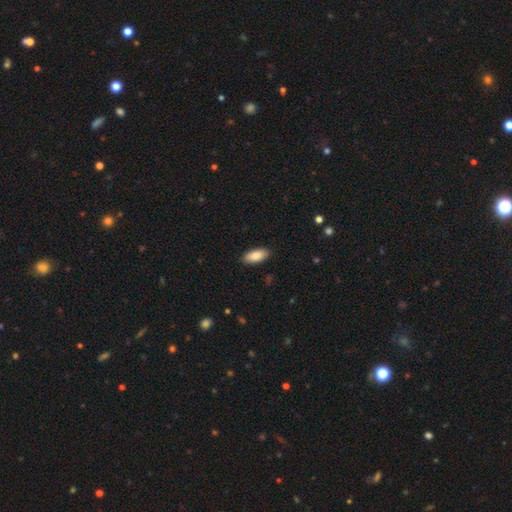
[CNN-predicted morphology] Overall: smooth (86%). How rounded: in between (86%). Merging: none (89%).